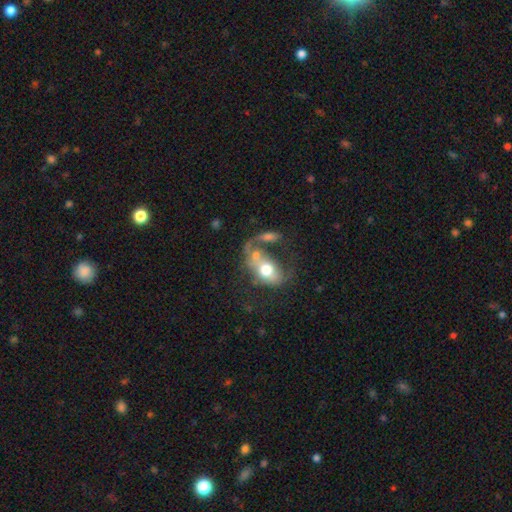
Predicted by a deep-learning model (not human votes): Q: Smooth or featured?
A: smooth (55%); runner-up: featured or disk (37%)
Q: How rounded?
A: in between (79%); runner-up: round (18%)
Q: Merging?
A: merger (47%); runner-up: major disturbance (24%)